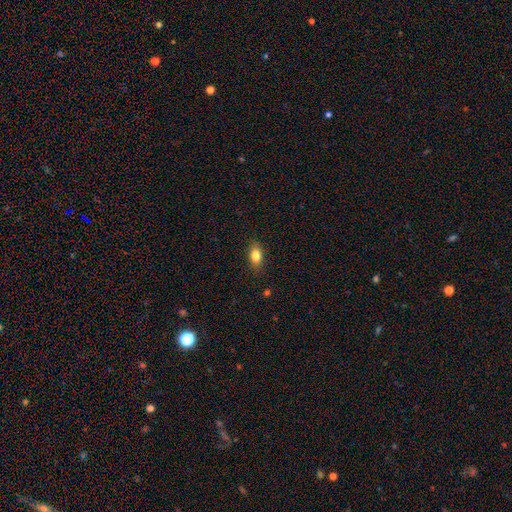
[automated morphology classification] This appears to be a smooth galaxy with no disk features (83%) that is in between round and cigar-shaped (84%). Merging: none (86%).